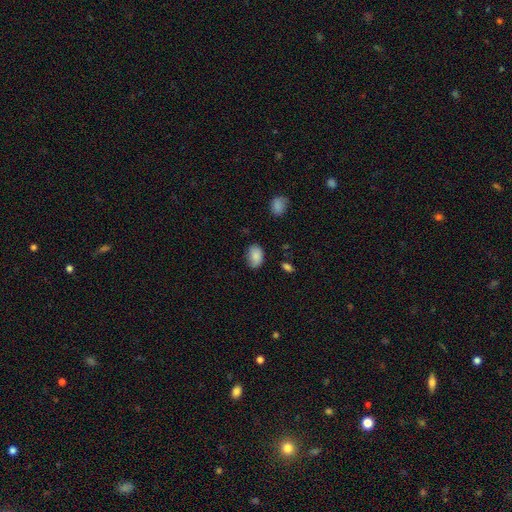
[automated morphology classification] Q: Smooth or featured?
A: smooth (85%); runner-up: star or artifact (8%)
Q: How rounded?
A: in between (85%); runner-up: round (14%)
Q: Merging?
A: none (69%); runner-up: minor disturbance (25%)